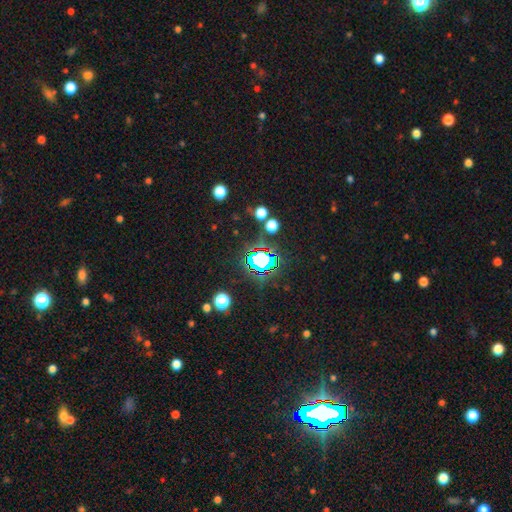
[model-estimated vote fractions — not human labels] The model was most divided on "smooth or featured": star or artifact: 83%, smooth: 9%, featured or disk: 7%.